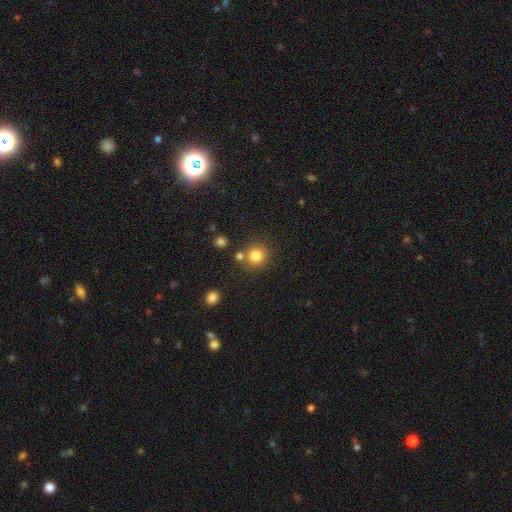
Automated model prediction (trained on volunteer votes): Morphology: type=smooth (82%); roundness=round (89%); merging=none (76%).